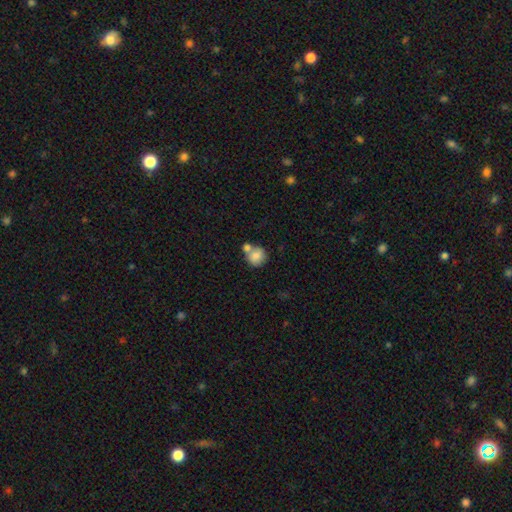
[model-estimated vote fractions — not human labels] smooth 81%, featured or disk 11%, star or artifact 7%. Down the decision tree: how rounded — round (82%); merging — none (42%, tied with merger).